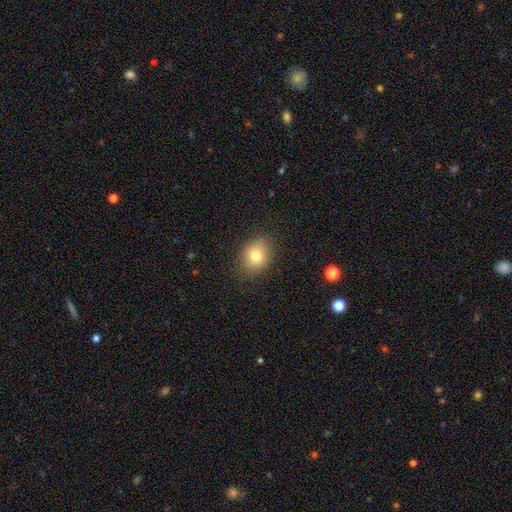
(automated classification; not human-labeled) Smooth or featured? Predicted: smooth (p=0.78). How rounded? Predicted: in between (p=0.52). Merging? Predicted: none (p=0.85).